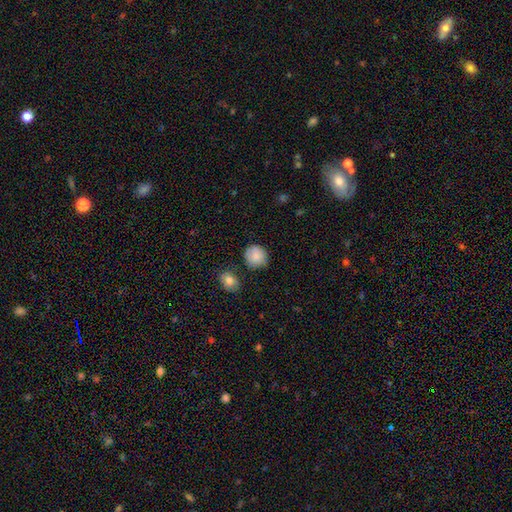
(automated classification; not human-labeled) Smooth or featured? Predicted: smooth (p=0.83). How rounded? Predicted: round (p=0.86). Merging? Predicted: none (p=0.75).